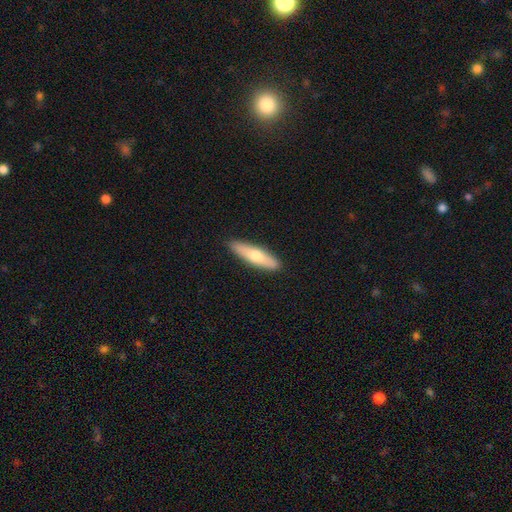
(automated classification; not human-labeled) Smooth or featured? smooth (60%)
How rounded? cigar-shaped (71%)
Merging? none (90%)